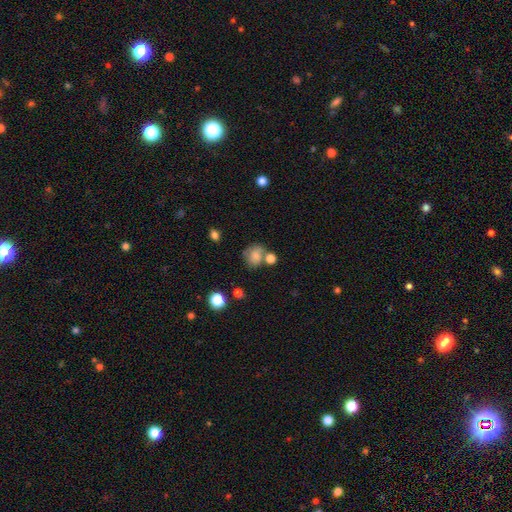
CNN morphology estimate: Q: Smooth or featured?
A: smooth (73%); runner-up: featured or disk (15%)
Q: How rounded?
A: round (66%); runner-up: in between (33%)
Q: Merging?
A: none (47%); runner-up: merger (25%)